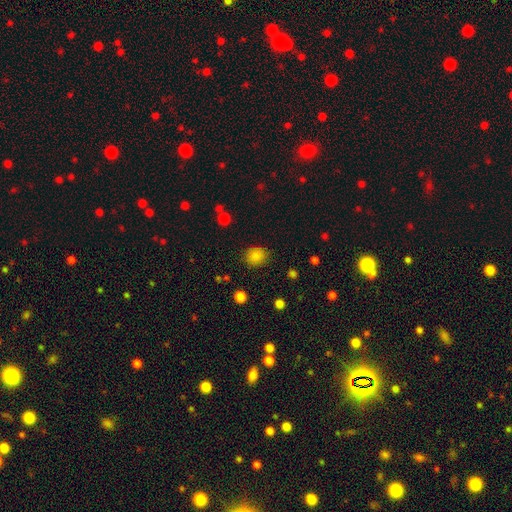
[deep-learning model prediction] smooth_or_featured: smooth (p=0.84) [alt: star or artifact p=0.12]
how_rounded: round (p=0.74) [alt: in between p=0.25]
merging: none (p=0.84) [alt: minor disturbance p=0.11]